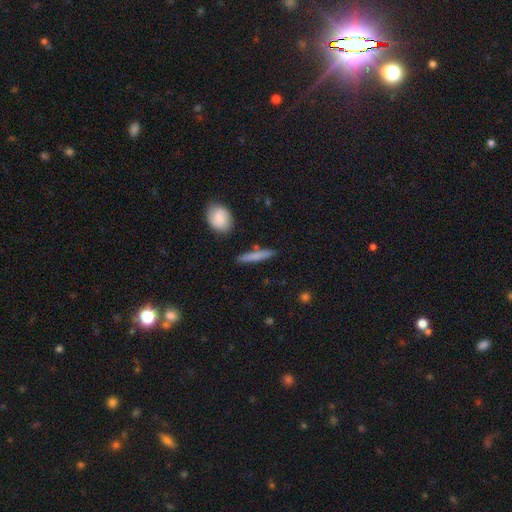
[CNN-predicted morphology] Smooth or featured? Predicted: smooth (p=0.72). How rounded? Predicted: cigar-shaped (p=0.89). Merging? Predicted: none (p=0.85).